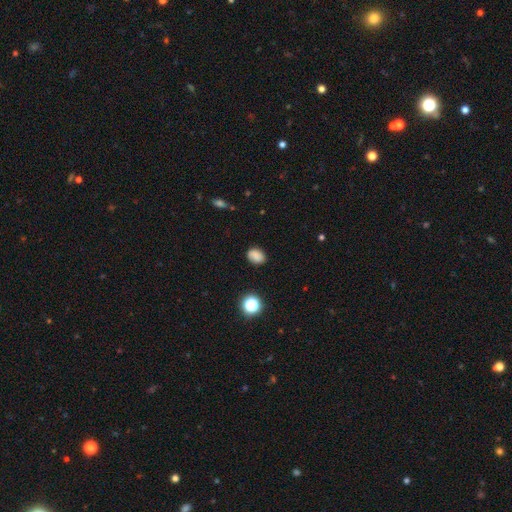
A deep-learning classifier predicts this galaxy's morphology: smooth-or-featured: smooth: 80% | star or artifact: 13% | featured or disk: 8%
  how-rounded: in between: 69% | round: 30% | cigar-shaped: 1%
  merging: none: 82% | minor disturbance: 13% | major disturbance: 3% | merger: 2%